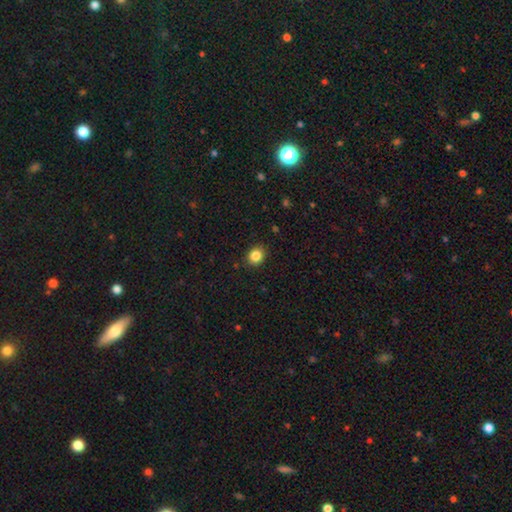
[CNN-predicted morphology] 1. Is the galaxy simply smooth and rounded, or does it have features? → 85% smooth, 11% star or artifact, 5% featured or disk.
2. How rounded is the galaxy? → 70% round, 30% in between, 1% cigar-shaped.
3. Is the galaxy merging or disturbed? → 89% none, 8% minor disturbance, 2% major disturbance, 1% merger.